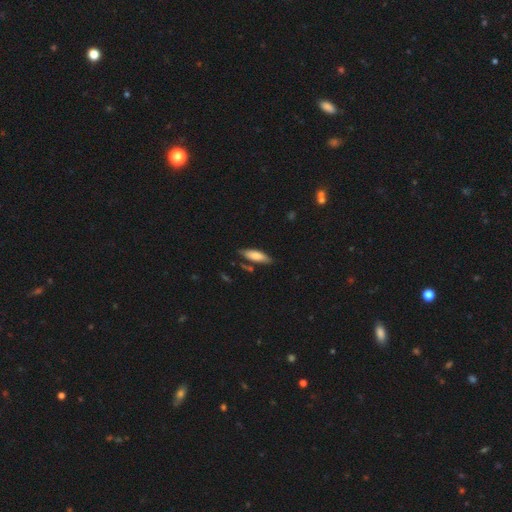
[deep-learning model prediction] This is likely a smooth galaxy (76%). How rounded: possibly in between (56%). Merging: likely none (73%).